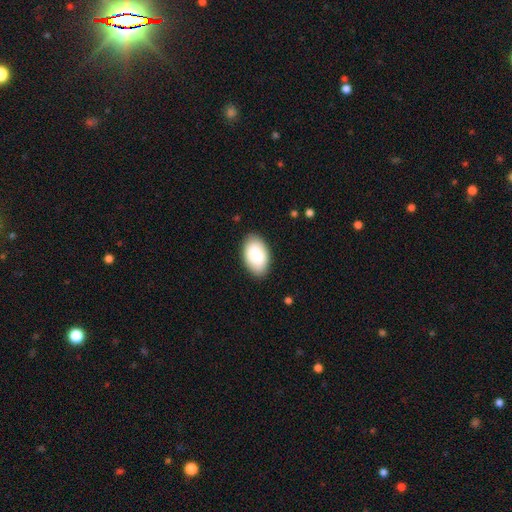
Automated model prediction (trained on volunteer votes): smooth-or-featured: smooth: 87% | featured or disk: 8% | star or artifact: 6%
  how-rounded: in between: 94% | round: 5% | cigar-shaped: 1%
  merging: none: 86% | minor disturbance: 11% | major disturbance: 2% | merger: 1%